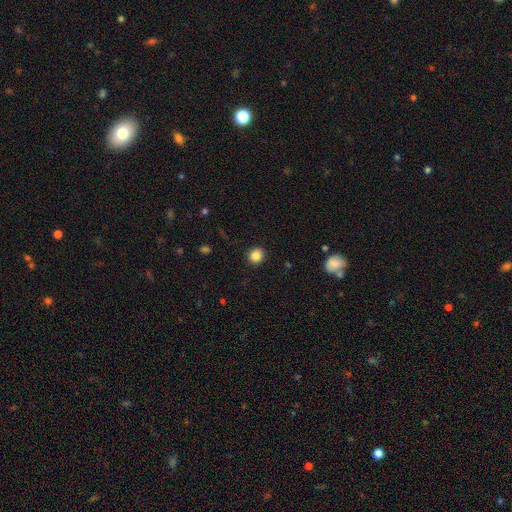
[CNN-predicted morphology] The model was most divided on "how rounded": round: 83%, in between: 16%, cigar-shaped: 1%. More confident: merging — none (90%); smooth or featured — smooth (85%).